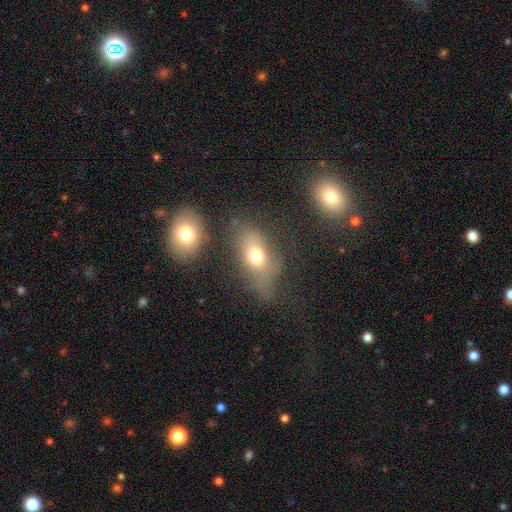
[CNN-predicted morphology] type=smooth (67%); roundness=in between (80%); merging=none (36%).